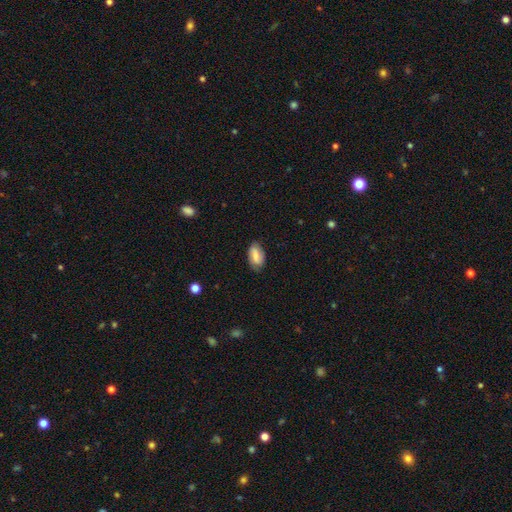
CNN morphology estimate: smooth_or_featured: smooth (p=0.66) [alt: featured or disk p=0.27]
how_rounded: in between (p=0.92) [alt: round p=0.05]
merging: none (p=0.77) [alt: minor disturbance p=0.18]